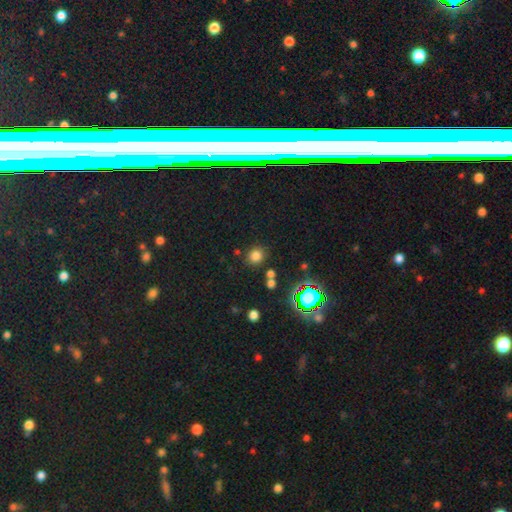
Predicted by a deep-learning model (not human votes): smooth_or_featured: smooth (p=0.74) [alt: star or artifact p=0.20]
how_rounded: round (p=0.82) [alt: in between p=0.17]
merging: none (p=0.81) [alt: minor disturbance p=0.09]